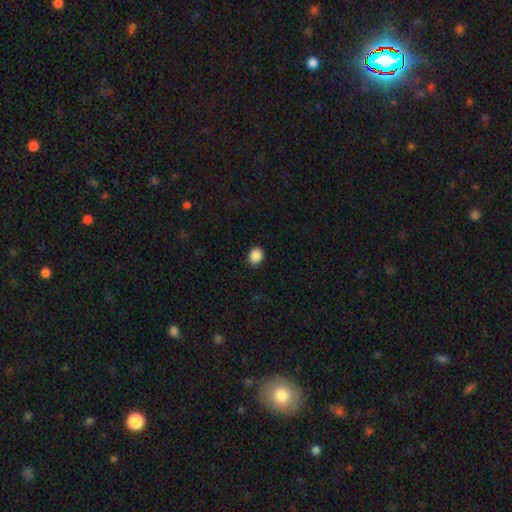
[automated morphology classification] Overall: smooth (88%). How rounded: round (67%; in between 32%). Merging: none (87%).